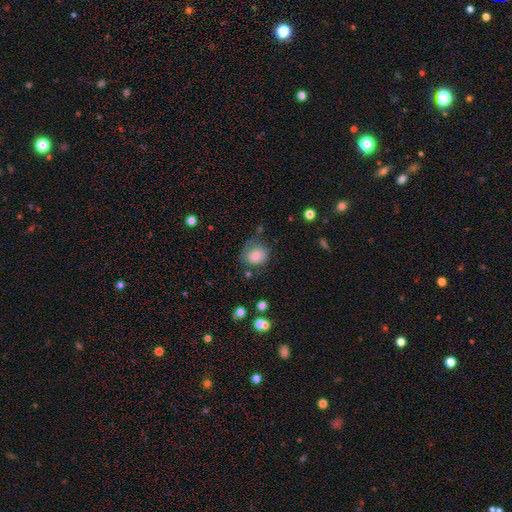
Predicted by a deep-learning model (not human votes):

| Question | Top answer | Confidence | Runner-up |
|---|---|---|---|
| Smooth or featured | smooth | 73% | featured or disk (17%) |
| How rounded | round | 71% | in between (28%) |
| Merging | none | 52% | minor disturbance (27%) |